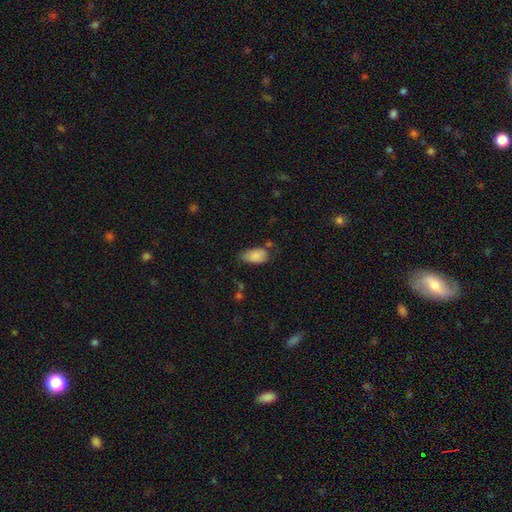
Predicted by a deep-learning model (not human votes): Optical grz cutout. It shows a smooth galaxy with no disk features (87%) that is in between round and cigar-shaped (93%). Merging: none (57%).